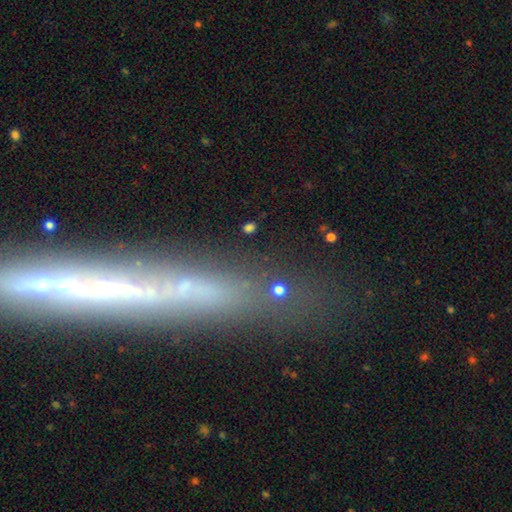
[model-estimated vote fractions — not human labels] featured or disk 61%, smooth 24%, star or artifact 14%. Down the decision tree: edge-on disk — yes (83%); edge-on bulge — none (76%); merging — none (73%).